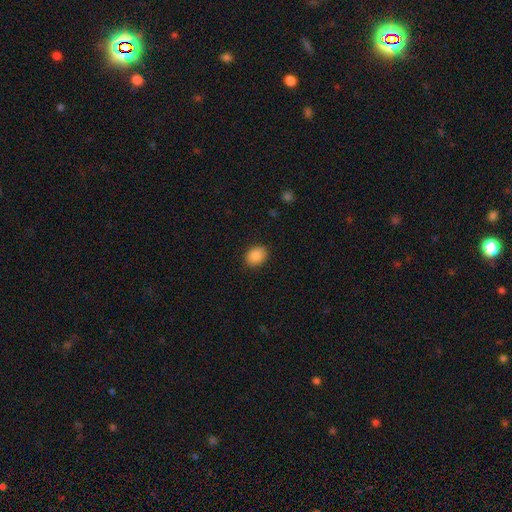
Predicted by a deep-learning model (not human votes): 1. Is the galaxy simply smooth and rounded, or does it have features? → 88% smooth, 8% star or artifact, 4% featured or disk.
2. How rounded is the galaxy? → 55% in between, 44% round, 1% cigar-shaped.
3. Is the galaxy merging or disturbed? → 87% none, 10% minor disturbance, 2% major disturbance, 1% merger.